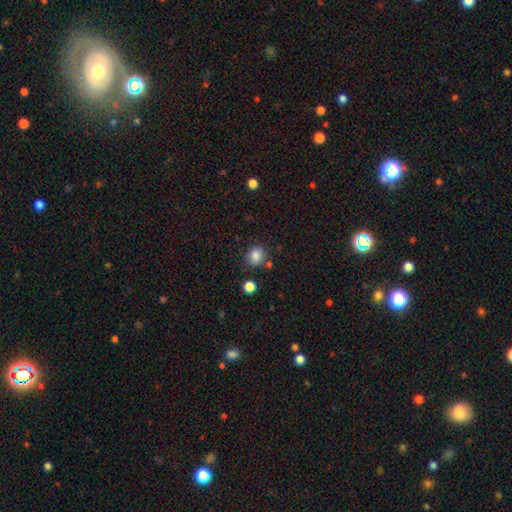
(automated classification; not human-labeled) Smooth or featured?
  - smooth: 85% *
  - star or artifact: 11%
  - featured or disk: 5%
How rounded?
  - round: 66% *
  - in between: 33%
  - cigar-shaped: 1%
Merging?
  - none: 78% *
  - minor disturbance: 12%
  - merger: 6%
  - major disturbance: 4%